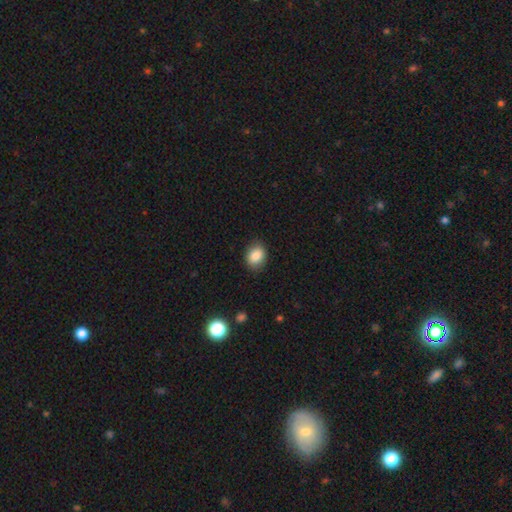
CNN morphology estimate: This is clearly a smooth galaxy (86%). How rounded: likely in between (62%). Merging: clearly none (84%).